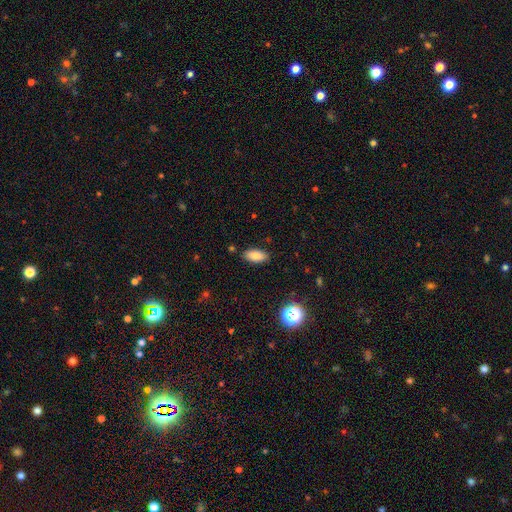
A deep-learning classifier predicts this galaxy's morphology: This is clearly a smooth galaxy (83%). How rounded: clearly in between (90%). Merging: clearly none (86%).